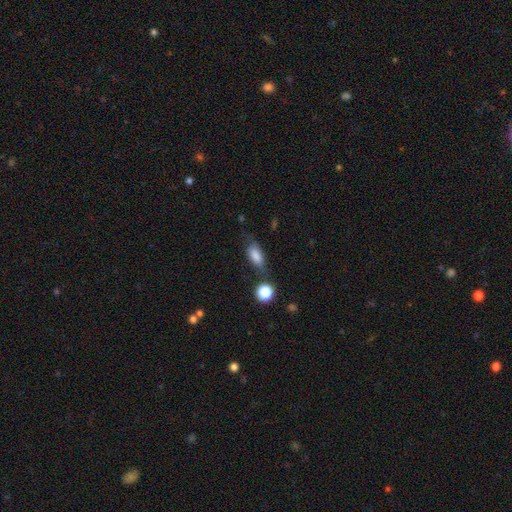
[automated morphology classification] This appears to be a smooth galaxy with no disk features (81%) that is in between round and cigar-shaped (82%). Merging: none (59%).